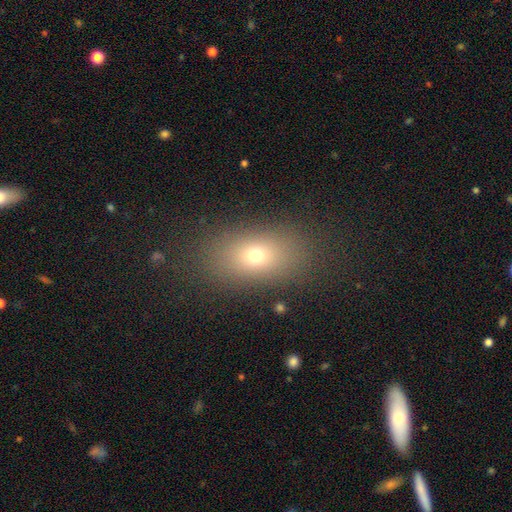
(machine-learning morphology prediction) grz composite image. It shows a smooth galaxy with no disk features (69%) that is in between round and cigar-shaped (81%). Merging: none (84%).